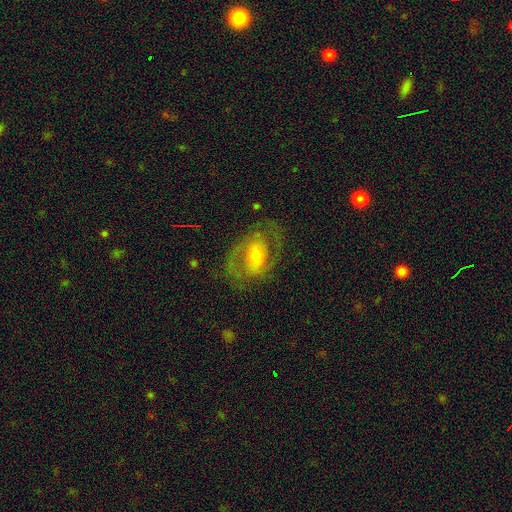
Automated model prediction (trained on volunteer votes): A featured or disk galaxy (75%) with a weak bar (41%), 2 (82%) medium (52%) spiral arms (82%) and a small central bulge (47%). Merging: none (71%).